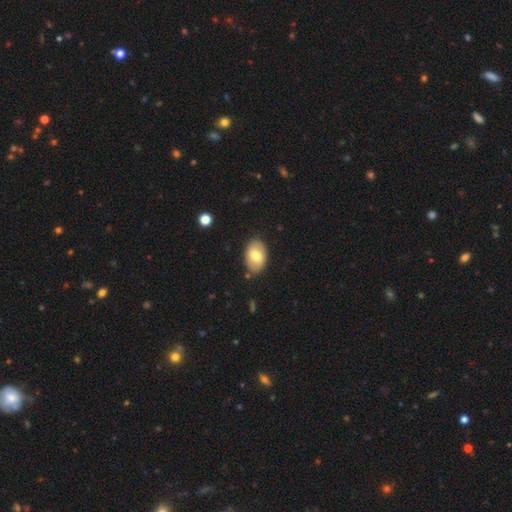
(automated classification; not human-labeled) Smooth or featured?
  - smooth: 72% *
  - featured or disk: 22%
  - star or artifact: 6%
How rounded?
  - in between: 88% *
  - round: 11%
  - cigar-shaped: 1%
Merging?
  - none: 84% *
  - minor disturbance: 11%
  - major disturbance: 2%
  - merger: 2%